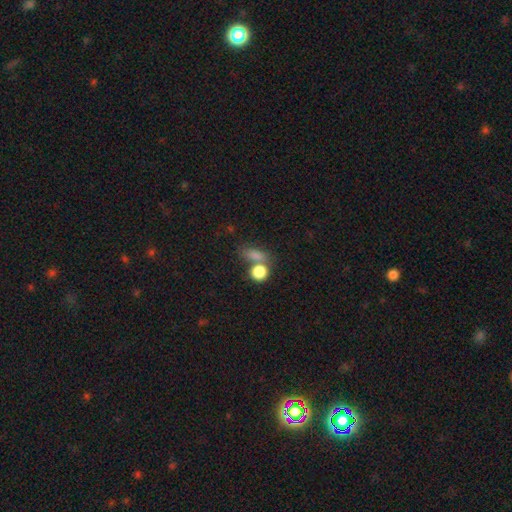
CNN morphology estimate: Smooth or featured: smooth — 78% (star or artifact — 13%)
How rounded: in between — 51% (round — 41%)
Merging: none — 45% (merger — 36%)